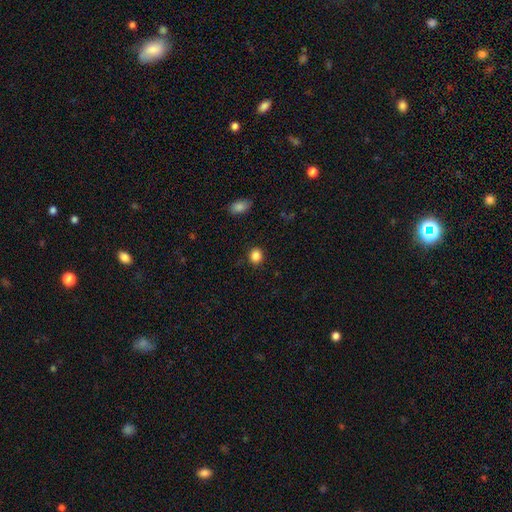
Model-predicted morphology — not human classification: This appears to be a smooth galaxy with no disk features (86%) that is round (81%). Merging: none (89%).